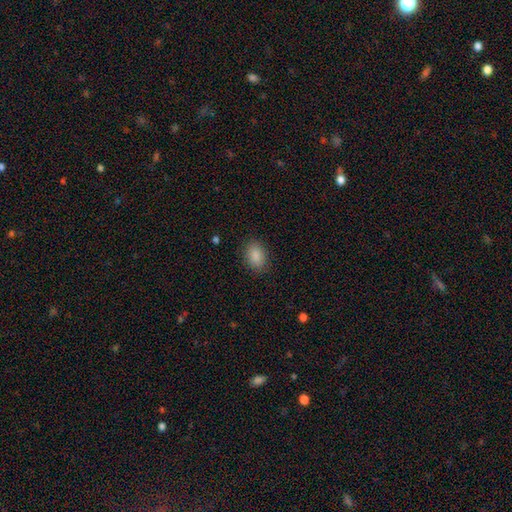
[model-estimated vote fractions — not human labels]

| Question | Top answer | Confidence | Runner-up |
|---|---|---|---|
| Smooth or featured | smooth | 89% | star or artifact (8%) |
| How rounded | in between | 81% | round (17%) |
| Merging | none | 87% | minor disturbance (10%) |